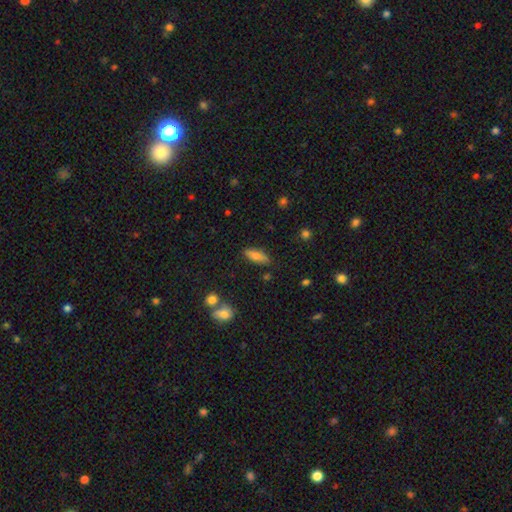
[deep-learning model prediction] Morphology: type=smooth (74%); roundness=in between (62%); merging=none (82%).